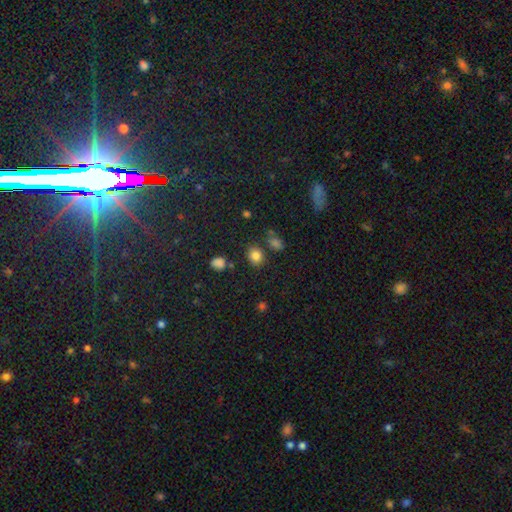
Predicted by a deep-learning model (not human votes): The model was most divided on "how rounded": round: 61%, in between: 38%, cigar-shaped: 1%. More confident: smooth or featured — smooth (82%); merging — none (80%).